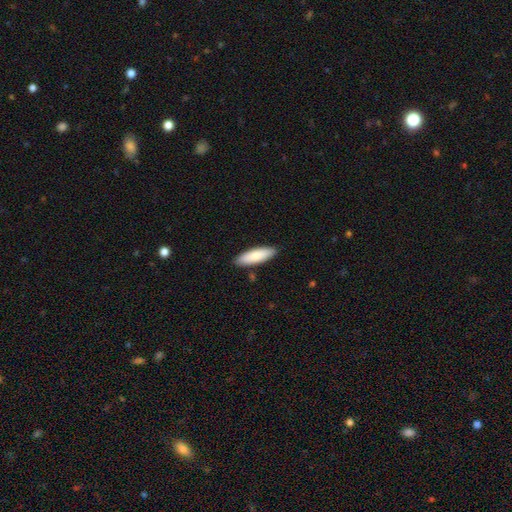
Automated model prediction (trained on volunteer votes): smooth_or_featured: smooth (p=0.81) [alt: featured or disk p=0.14]
how_rounded: in between (p=0.51) [alt: cigar-shaped p=0.48]
merging: none (p=0.88) [alt: minor disturbance p=0.09]